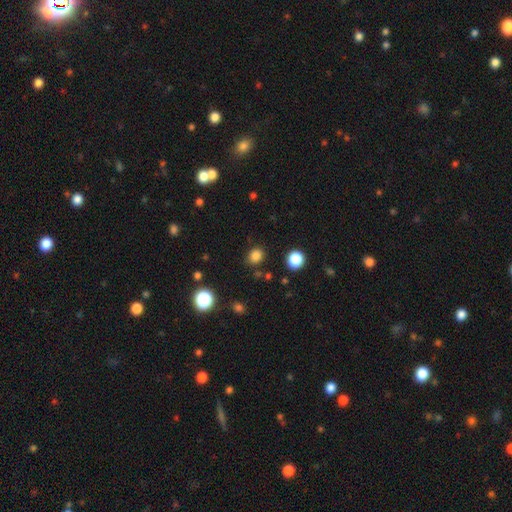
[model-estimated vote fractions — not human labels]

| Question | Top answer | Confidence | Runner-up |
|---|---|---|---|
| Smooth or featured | smooth | 82% | star or artifact (14%) |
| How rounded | round | 63% | in between (36%) |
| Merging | none | 85% | minor disturbance (9%) |